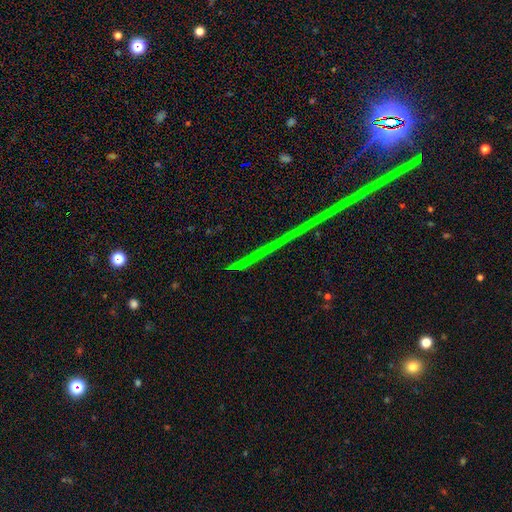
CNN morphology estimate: Overall: star or artifact (79%).